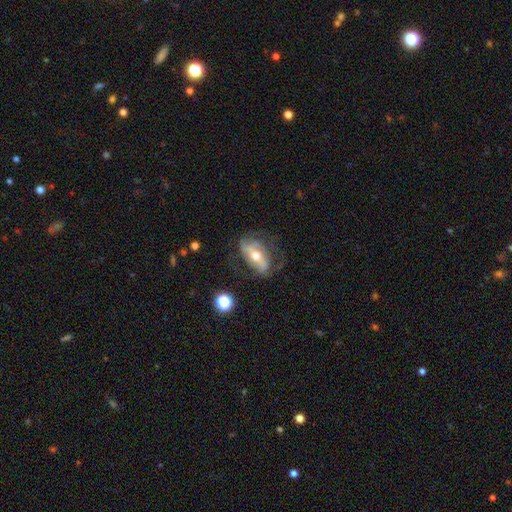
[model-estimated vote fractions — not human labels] Smooth or featured?
  - featured or disk: 72% *
  - smooth: 21%
  - star or artifact: 7%
Edge-on disk?
  - no: 89% *
  - yes: 11%
Bar?
  - strong: 48% *
  - weak: 28%
  - no: 24%
Spiral arms?
  - yes: 78% *
  - no: 22%
Spiral winding?
  - loose: 40% *
  - medium: 38%
  - tight: 21%
Spiral arm count?
  - 2: 74% *
  - can't tell: 15%
  - 1: 6%
  - 3: 3%
  - 4: 1%
  - more than 4: 1%
Bulge size?
  - moderate: 67% *
  - small: 26%
  - large: 5%
  - dominant: 1%
  - none: 1%
Merging?
  - none: 57% *
  - minor disturbance: 21%
  - major disturbance: 19%
  - merger: 2%